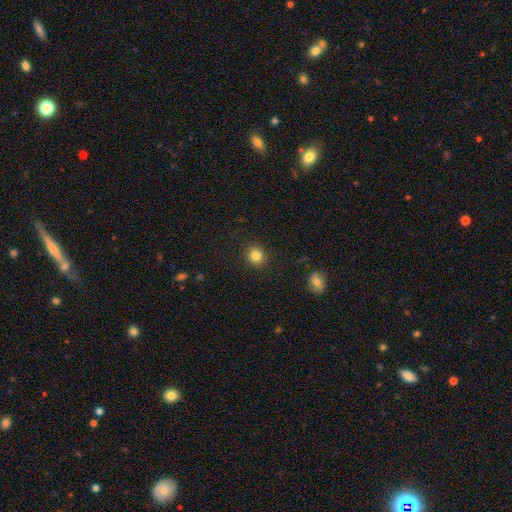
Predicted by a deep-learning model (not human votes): The model was most divided on "smooth or featured": smooth: 83%, star or artifact: 11%, featured or disk: 6%. More confident: merging — none (91%); how rounded — round (88%).